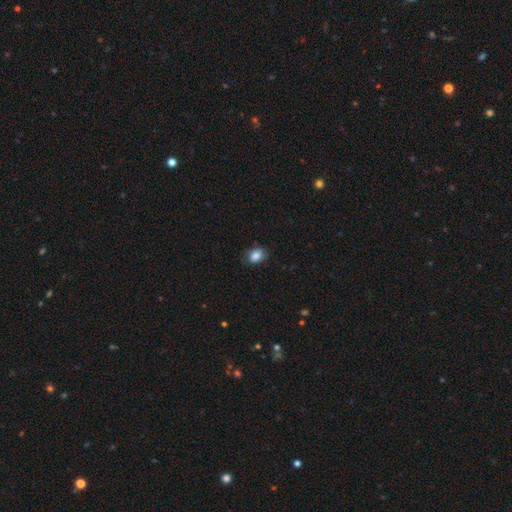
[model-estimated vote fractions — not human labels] This appears to be a smooth galaxy with no disk features (85%) that is in between round and cigar-shaped (73%). Merging: none (77%).